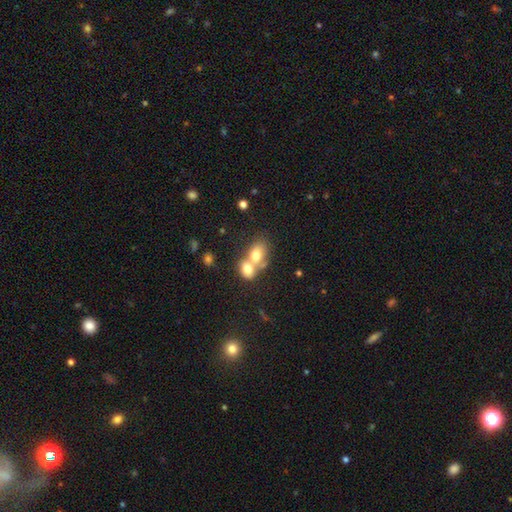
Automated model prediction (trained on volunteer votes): Morphology: type=smooth (73%); roundness=in between (67%); merging=merger (71%).